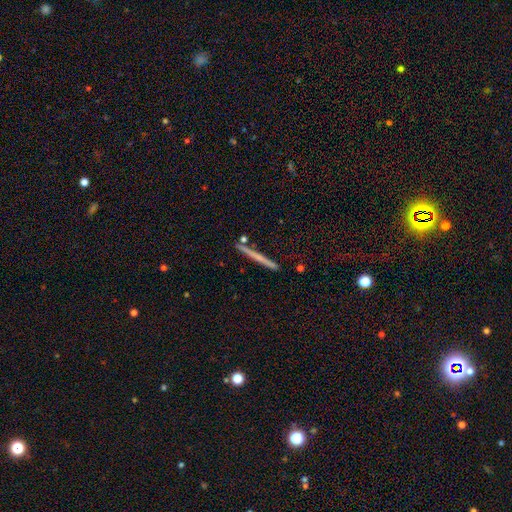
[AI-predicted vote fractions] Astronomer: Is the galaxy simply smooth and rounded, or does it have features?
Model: featured or disk — 47%, tied with smooth at 47%.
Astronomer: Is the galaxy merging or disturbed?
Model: none — 89%.